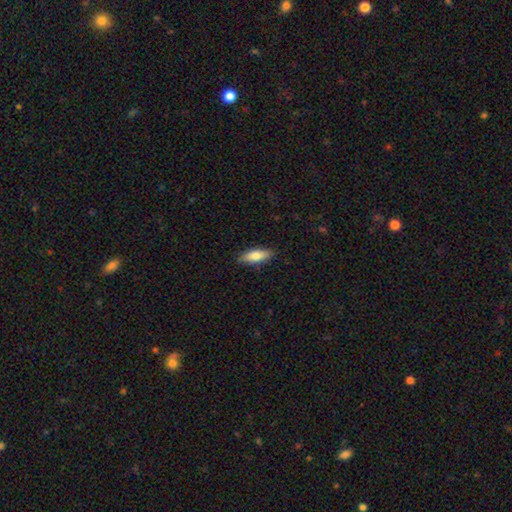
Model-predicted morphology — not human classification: The model was most divided on "how rounded": in between: 69%, cigar-shaped: 29%, round: 2%. More confident: merging — none (86%); smooth or featured — smooth (80%).